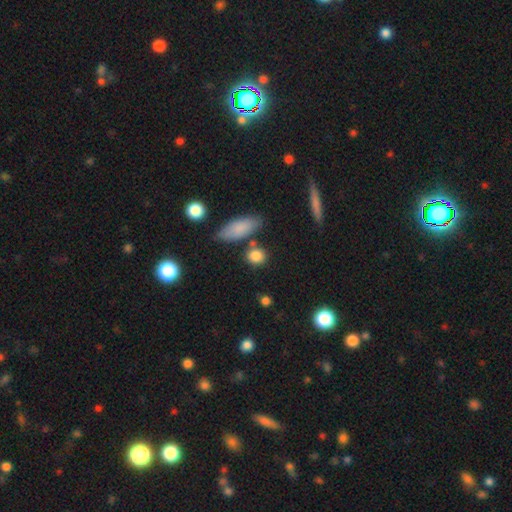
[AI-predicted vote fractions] Q: Smooth or featured?
A: smooth (85%); runner-up: star or artifact (9%)
Q: How rounded?
A: round (72%); runner-up: in between (25%)
Q: Merging?
A: none (75%); runner-up: minor disturbance (12%)